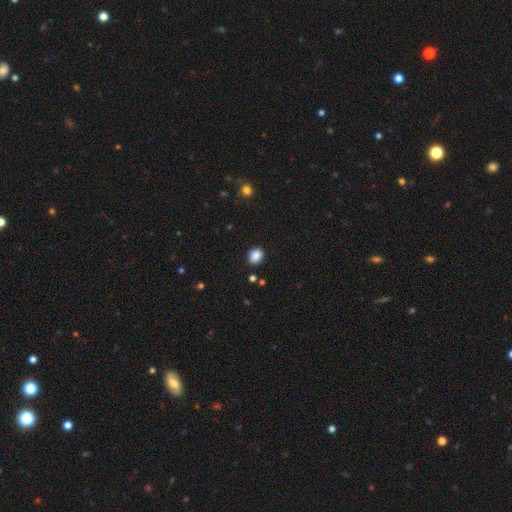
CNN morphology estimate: smooth 86%, star or artifact 10%, featured or disk 4%. Down the decision tree: how rounded — round (60%); merging — none (87%).